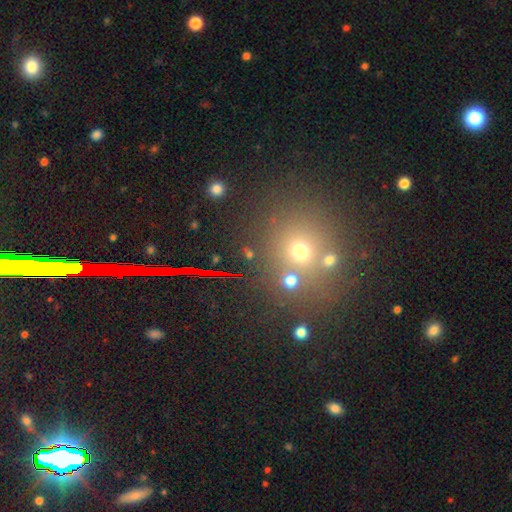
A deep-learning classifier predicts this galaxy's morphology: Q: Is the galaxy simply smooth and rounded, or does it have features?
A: smooth — 46%.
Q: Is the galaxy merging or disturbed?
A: none — 74%.